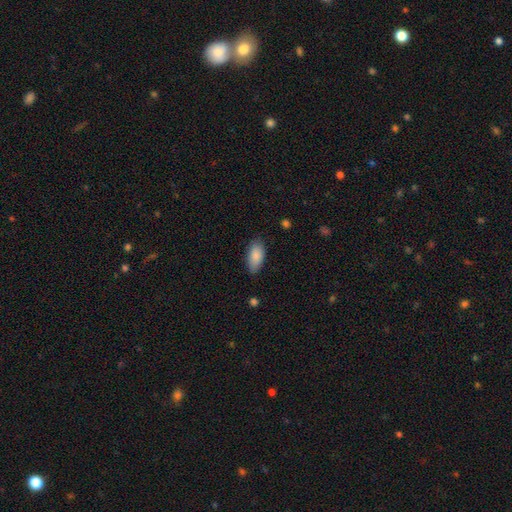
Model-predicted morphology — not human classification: A smooth galaxy with no disk features (87%) that is in between round and cigar-shaped (92%). Merging: none (81%).